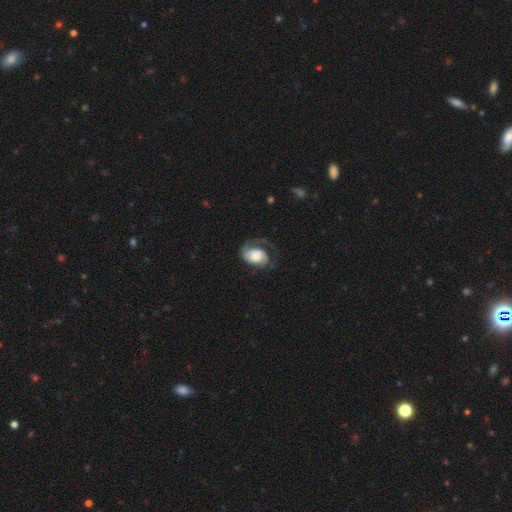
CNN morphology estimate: The model was most divided on "bulge size": large: 36%, moderate: 34%, small: 15%, dominant: 9%, none: 5%. Remaining: edge-on disk — no (97%); spiral arms — yes (90%); bar — no (71%); smooth or featured — featured or disk (63%); spiral arm count — 1 (53%); merging — none (43%); spiral winding — medium (39%).